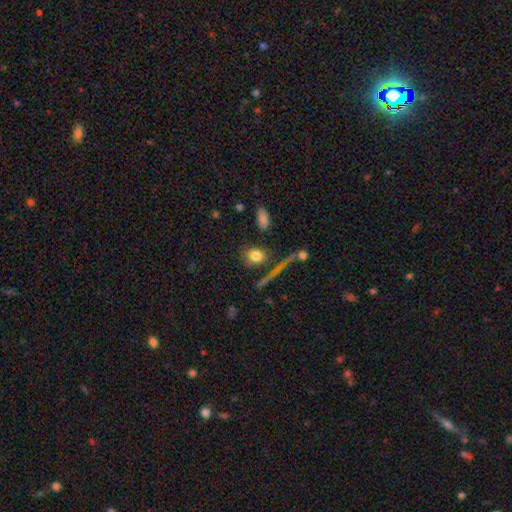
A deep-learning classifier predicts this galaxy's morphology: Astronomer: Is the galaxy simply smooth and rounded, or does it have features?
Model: smooth — 80%.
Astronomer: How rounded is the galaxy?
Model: in between — 56% (runner-up: round, 40%).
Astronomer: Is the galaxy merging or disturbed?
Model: none — 73%.